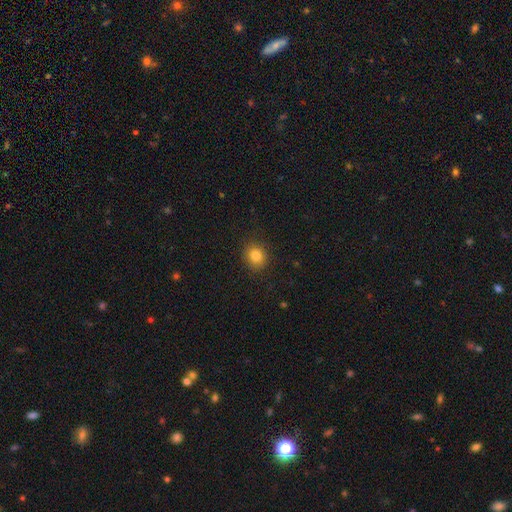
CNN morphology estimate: Smooth or featured? smooth (83%)
How rounded? round (77%)
Merging? none (88%)